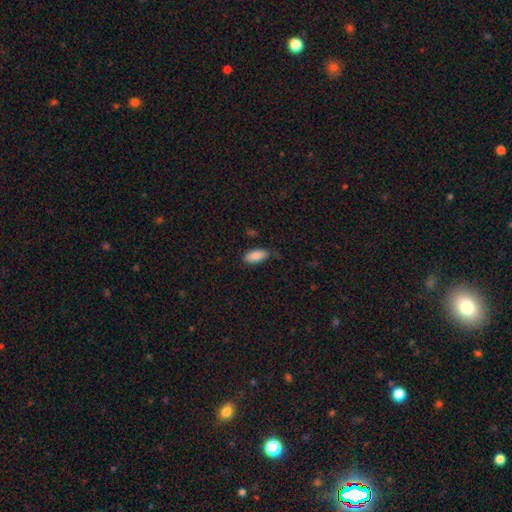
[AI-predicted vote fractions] Q: Smooth or featured?
A: smooth (88%); runner-up: star or artifact (7%)
Q: How rounded?
A: in between (89%); runner-up: cigar-shaped (9%)
Q: Merging?
A: none (76%); runner-up: minor disturbance (19%)